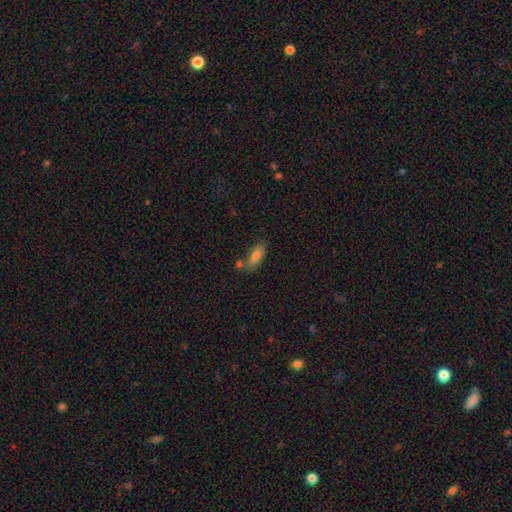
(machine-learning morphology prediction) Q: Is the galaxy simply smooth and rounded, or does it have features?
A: smooth — 75%.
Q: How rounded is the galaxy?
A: in between — 70%.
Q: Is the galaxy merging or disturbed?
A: none — 61%.